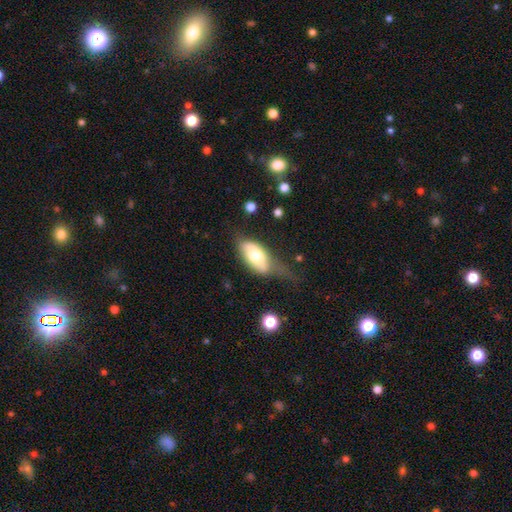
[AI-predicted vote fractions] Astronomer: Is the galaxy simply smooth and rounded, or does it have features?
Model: smooth — 63%.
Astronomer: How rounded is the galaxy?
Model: in between — 90%.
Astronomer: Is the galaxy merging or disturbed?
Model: minor disturbance — 34% (runner-up: none, 33%).